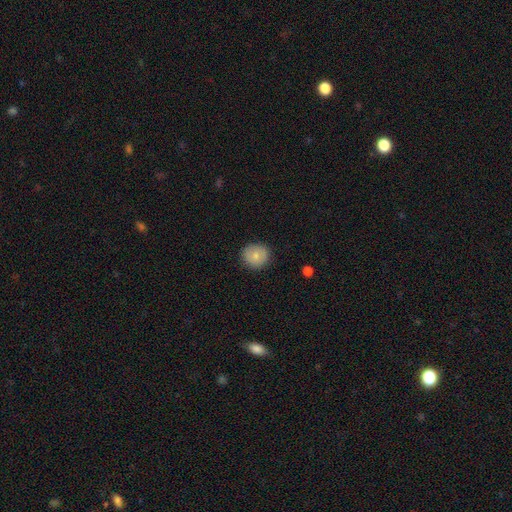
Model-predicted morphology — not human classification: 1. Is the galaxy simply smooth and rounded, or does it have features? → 77% smooth, 15% featured or disk, 8% star or artifact.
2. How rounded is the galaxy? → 87% round, 12% in between, 1% cigar-shaped.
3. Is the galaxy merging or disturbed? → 86% none, 10% minor disturbance, 2% major disturbance, 1% merger.